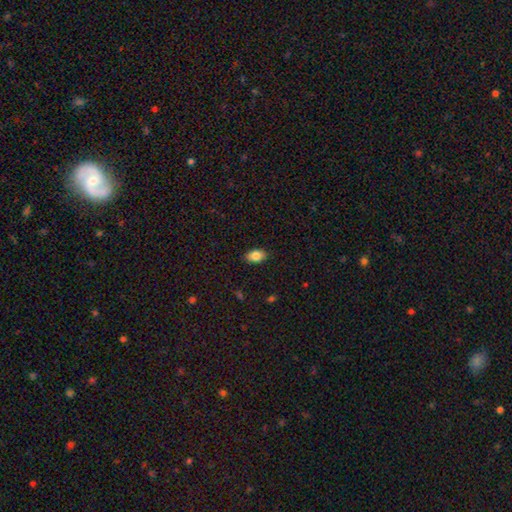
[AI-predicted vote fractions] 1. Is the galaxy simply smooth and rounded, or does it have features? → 85% smooth, 8% star or artifact, 8% featured or disk.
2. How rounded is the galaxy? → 90% in between, 9% round, 2% cigar-shaped.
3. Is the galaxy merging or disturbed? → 88% none, 9% minor disturbance, 2% major disturbance, 1% merger.